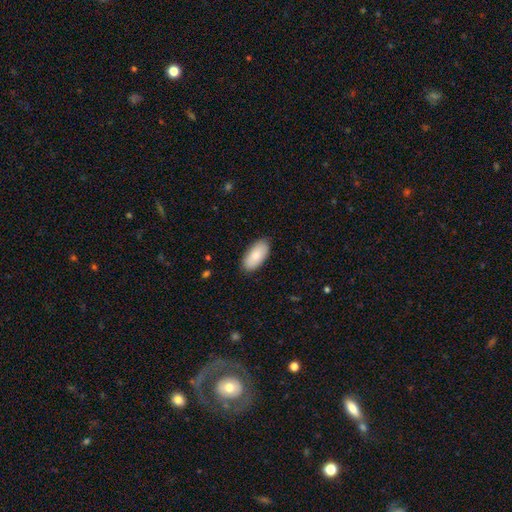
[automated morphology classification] Smooth or featured? Predicted: smooth (p=0.81). How rounded? Predicted: in between (p=0.94). Merging? Predicted: none (p=0.87).